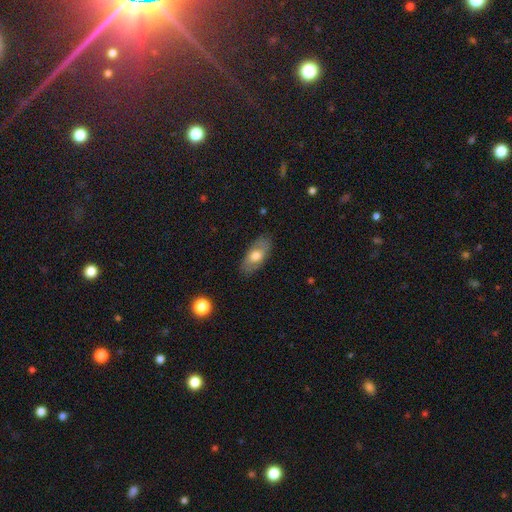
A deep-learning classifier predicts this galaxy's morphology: A smooth galaxy with no disk features (64%) that is in between round and cigar-shaped (87%). Merging: none (82%).